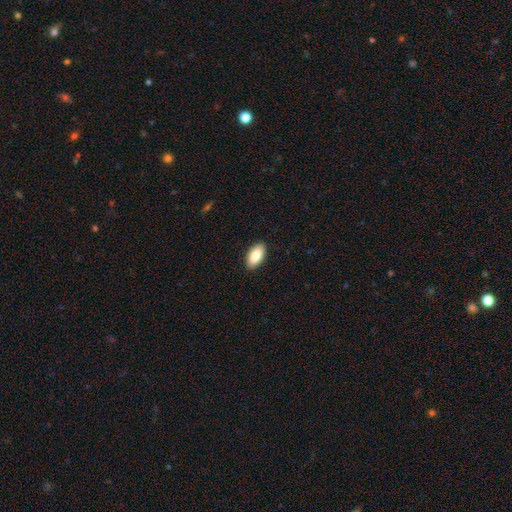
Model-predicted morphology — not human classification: A smooth galaxy with no disk features (86%) that is in between round and cigar-shaped (94%). Merging: none (90%).